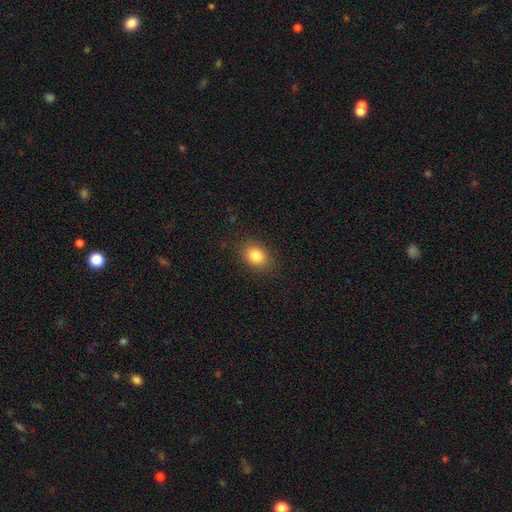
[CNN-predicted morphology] Smooth or featured? Predicted: smooth (p=0.83). How rounded? Predicted: in between (p=0.66). Merging? Predicted: none (p=0.87).